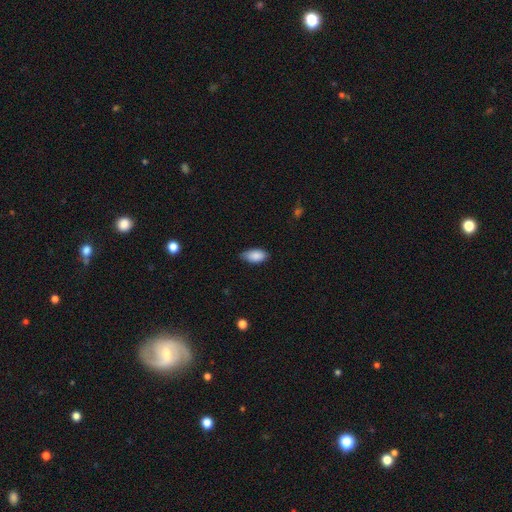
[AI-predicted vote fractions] Overall: smooth (87%). How rounded: in between (93%). Merging: none (71%).